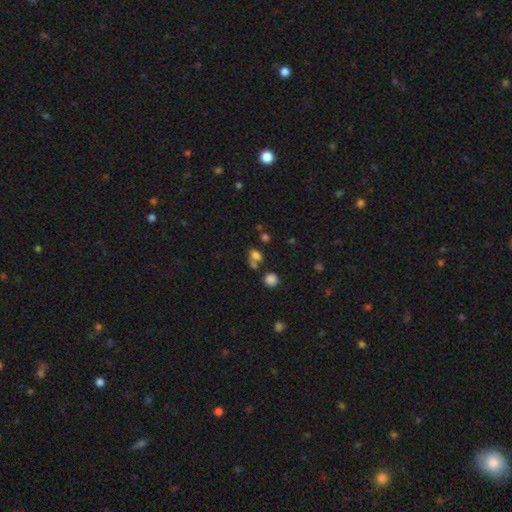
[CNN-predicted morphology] smooth 74%, star or artifact 17%, featured or disk 10%. Down the decision tree: how rounded — in between (63%); merging — none (49%).